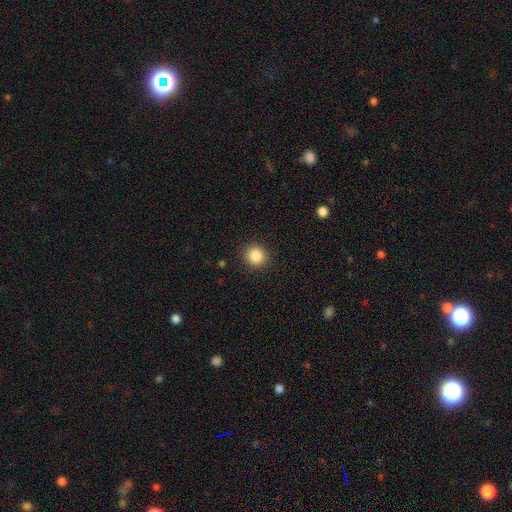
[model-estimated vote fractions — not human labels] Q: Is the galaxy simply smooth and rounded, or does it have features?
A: smooth — 86%.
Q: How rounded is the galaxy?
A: round — 91%.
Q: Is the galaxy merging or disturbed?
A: none — 91%.